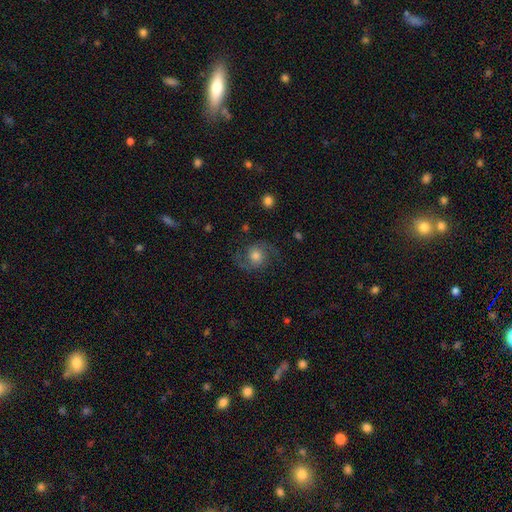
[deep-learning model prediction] Smooth or featured? featured or disk (80%)
Edge-on disk? no (98%)
Bar? no (70%)
Spiral arms? yes (96%)
Spiral winding? medium (53%)
Spiral arm count? 2 (94%)
Bulge size? moderate (60%)
Merging? none (79%)